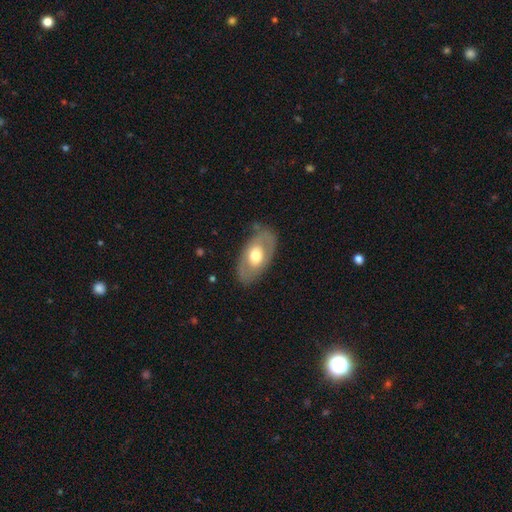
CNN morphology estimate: type=featured or disk (48%); merging=none (77%).